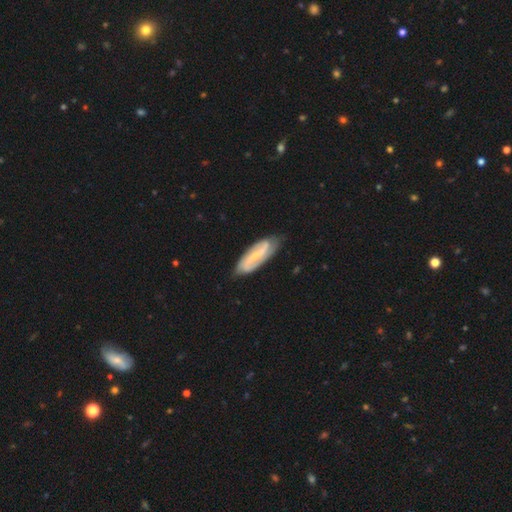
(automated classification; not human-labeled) featured or disk 77%, smooth 18%, star or artifact 5%. Down the decision tree: edge-on disk — no (89%); bar — strong (55%); spiral arms — yes (91%); spiral arm count — 2 (85%); spiral winding — medium (39%); bulge size — small (61%); merging — none (79%).